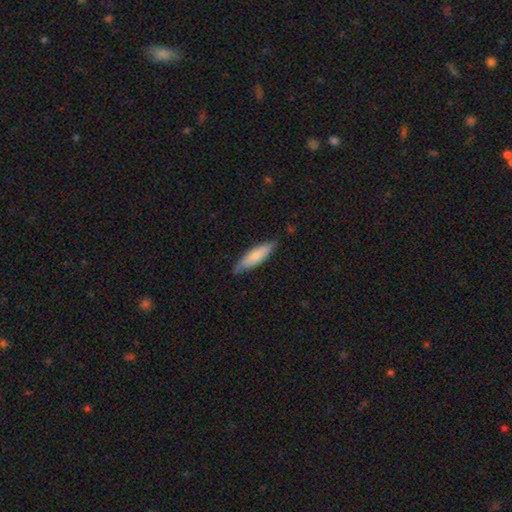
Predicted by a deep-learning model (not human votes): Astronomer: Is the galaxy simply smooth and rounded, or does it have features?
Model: smooth — 74%.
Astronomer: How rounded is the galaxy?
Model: cigar-shaped — 62%.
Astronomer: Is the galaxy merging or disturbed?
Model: none — 79%.